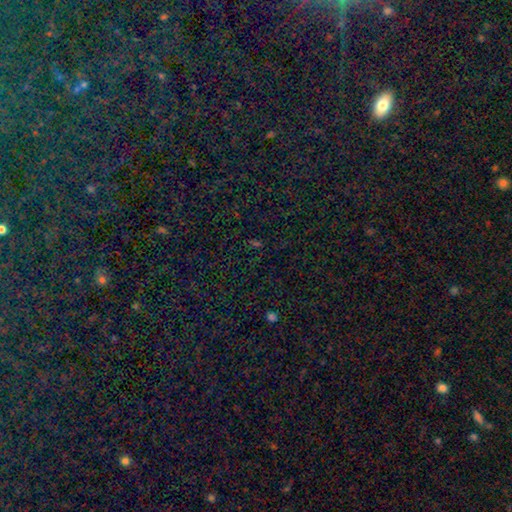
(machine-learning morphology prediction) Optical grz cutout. It shows a star or artifact, not a galaxy (79%).